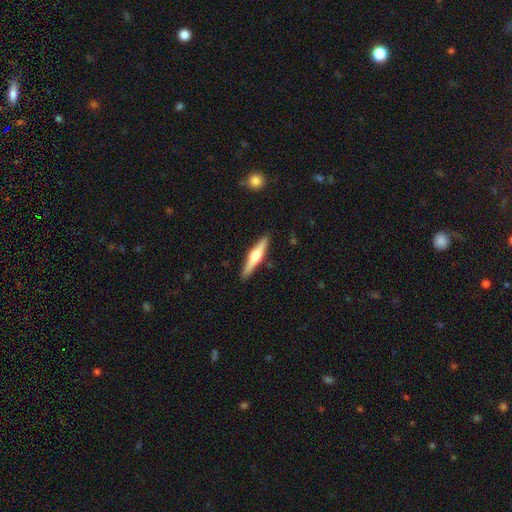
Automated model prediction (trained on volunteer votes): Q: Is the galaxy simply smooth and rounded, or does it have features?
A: featured or disk — 67%.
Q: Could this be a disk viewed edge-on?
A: yes — 98%.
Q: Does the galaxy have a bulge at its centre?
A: rounded — 92%.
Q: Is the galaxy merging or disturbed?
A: none — 91%.